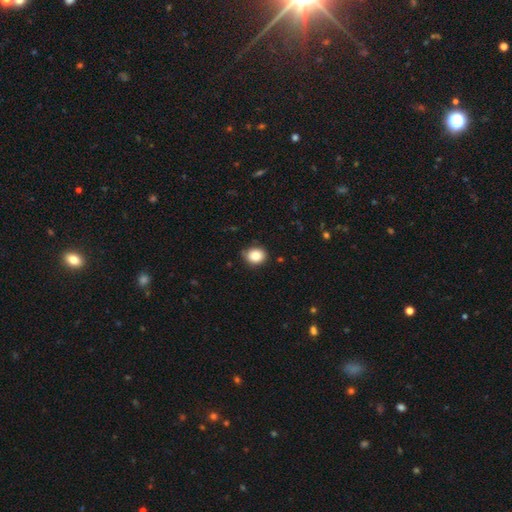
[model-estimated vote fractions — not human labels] This is clearly a smooth galaxy (84%). How rounded: likely round (67%). Merging: clearly none (83%).